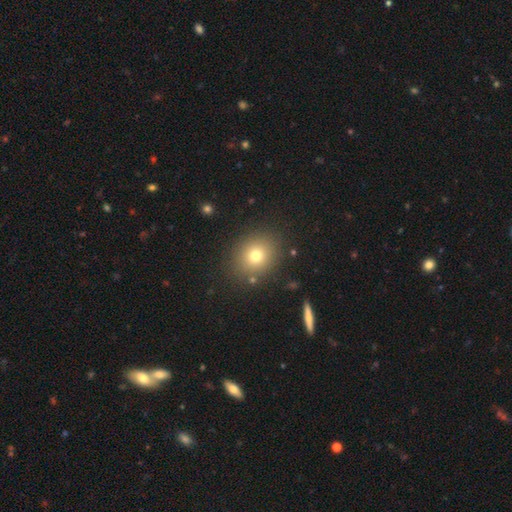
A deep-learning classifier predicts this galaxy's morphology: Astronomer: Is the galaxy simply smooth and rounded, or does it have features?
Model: smooth — 74%.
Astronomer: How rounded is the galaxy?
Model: round — 75%.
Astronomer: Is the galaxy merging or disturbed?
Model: none — 86%.